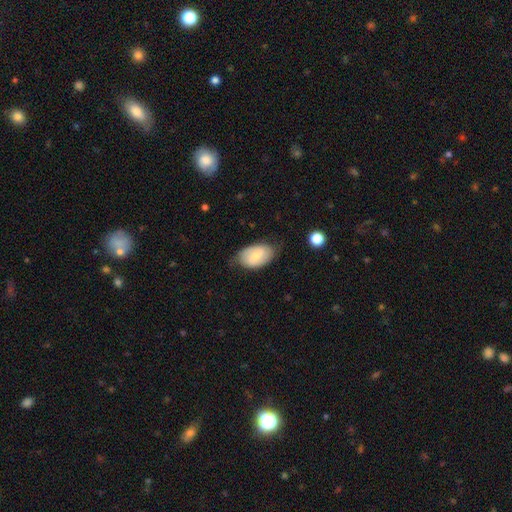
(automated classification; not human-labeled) This is possibly a smooth galaxy (55%). How rounded: clearly in between (92%). Merging: likely none (69%).